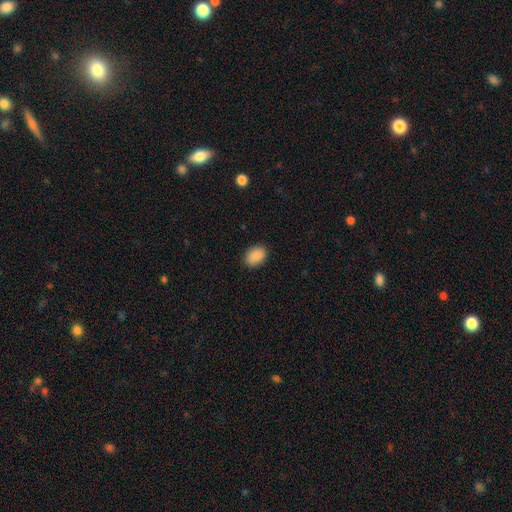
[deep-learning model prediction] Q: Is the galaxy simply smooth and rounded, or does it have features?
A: smooth — 89%.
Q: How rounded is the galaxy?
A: in between — 76%.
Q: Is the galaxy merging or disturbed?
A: none — 86%.